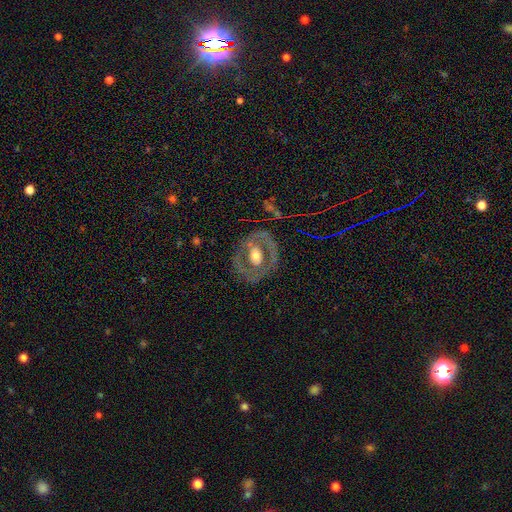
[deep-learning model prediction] smooth_or_featured: featured or disk (p=0.64) [alt: smooth p=0.30]
disk_edge_on: no (p=0.94) [alt: yes p=0.06]
bar: no (p=0.70) [alt: weak p=0.20]
has_spiral_arms: no (p=0.78) [alt: yes p=0.22]
bulge_size: moderate (p=0.62) [alt: large p=0.25]
merging: none (p=0.73) [alt: minor disturbance p=0.15]